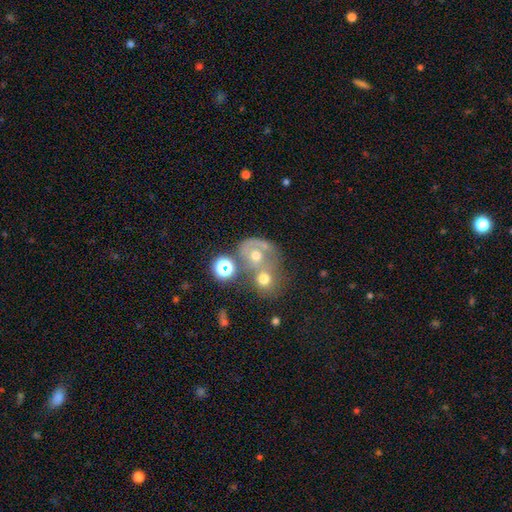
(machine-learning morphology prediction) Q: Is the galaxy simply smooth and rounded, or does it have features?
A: featured or disk — 43%.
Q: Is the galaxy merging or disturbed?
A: merger — 54%.